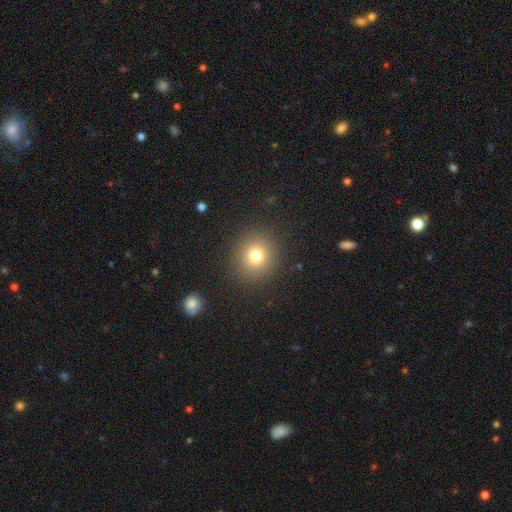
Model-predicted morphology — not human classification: Smooth or featured?
  - smooth: 75% *
  - star or artifact: 15%
  - featured or disk: 9%
How rounded?
  - round: 90% *
  - in between: 9%
  - cigar-shaped: 1%
Merging?
  - none: 90% *
  - minor disturbance: 6%
  - major disturbance: 3%
  - merger: 1%